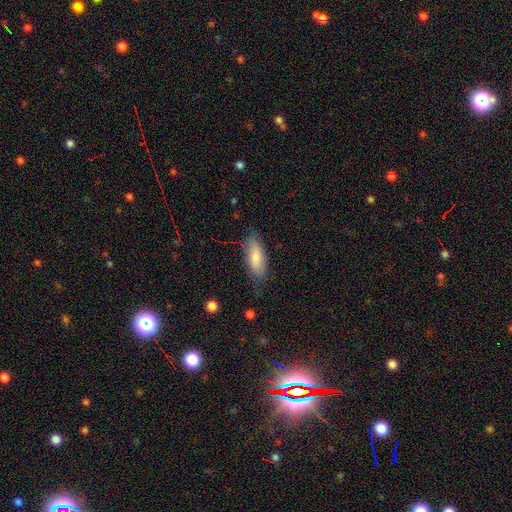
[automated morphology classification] type=smooth (79%); roundness=in between (74%); merging=none (74%).